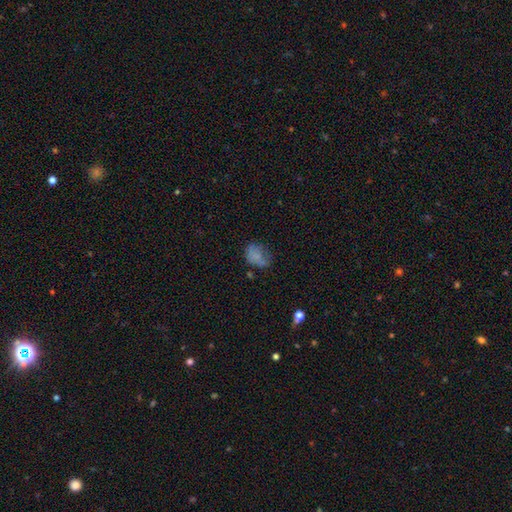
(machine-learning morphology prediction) smooth-or-featured: smooth: 68% | featured or disk: 19% | star or artifact: 13%
  how-rounded: in between: 69% | round: 29% | cigar-shaped: 1%
  merging: none: 49% | minor disturbance: 28% | major disturbance: 18% | merger: 4%